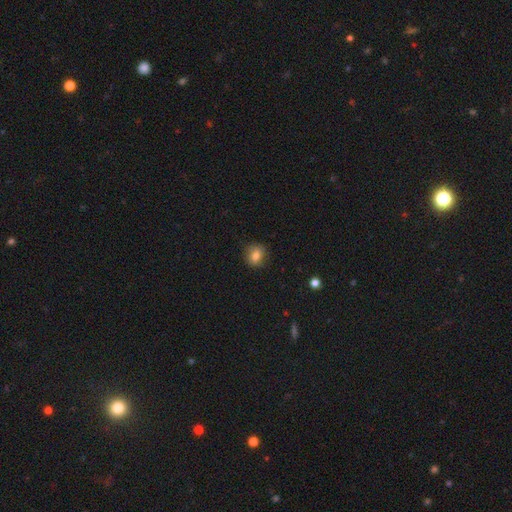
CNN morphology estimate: This appears to be a smooth galaxy with no disk features (78%) that is round (73%). Merging: none (81%).